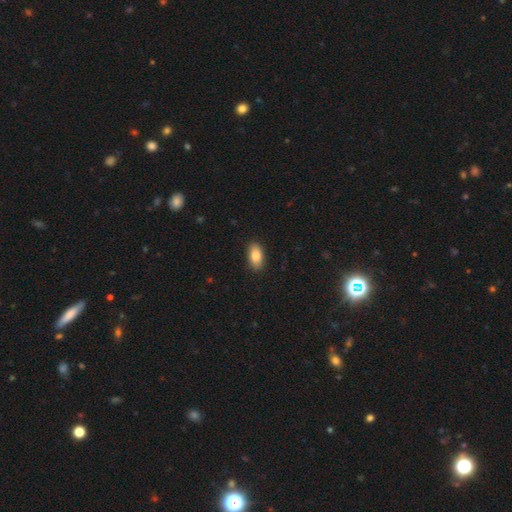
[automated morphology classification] The model was most divided on "smooth or featured": smooth: 84%, featured or disk: 9%, star or artifact: 7%. More confident: how rounded — in between (91%); merging — none (89%).